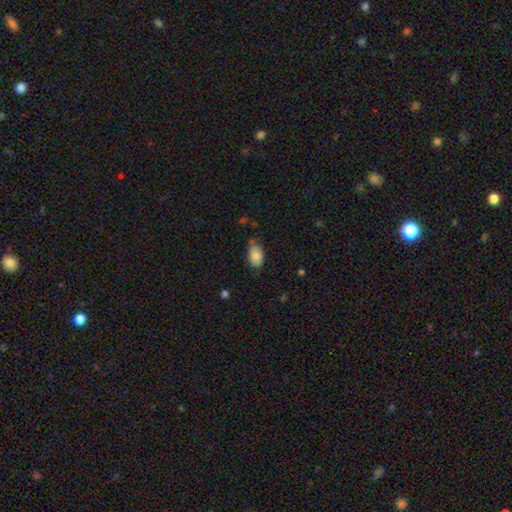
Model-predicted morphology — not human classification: smooth-or-featured: smooth: 83% | featured or disk: 10% | star or artifact: 7%
  how-rounded: in between: 90% | round: 8% | cigar-shaped: 1%
  merging: none: 65% | minor disturbance: 27% | major disturbance: 5% | merger: 3%